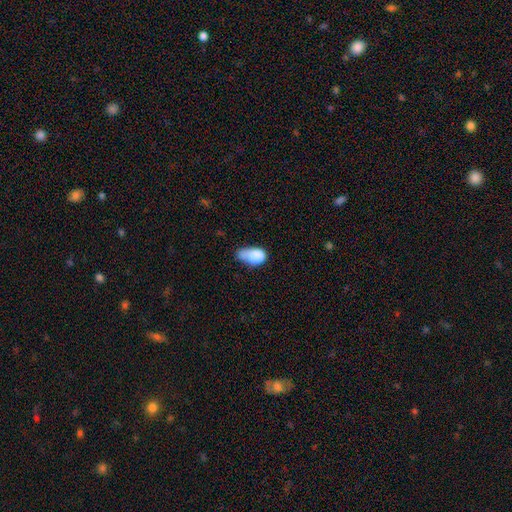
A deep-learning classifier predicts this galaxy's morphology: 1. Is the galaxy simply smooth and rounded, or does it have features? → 80% smooth, 11% featured or disk, 9% star or artifact.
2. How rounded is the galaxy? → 86% in between, 12% round, 3% cigar-shaped.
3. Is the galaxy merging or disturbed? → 35% minor disturbance, 24% none, 21% merger, 20% major disturbance.